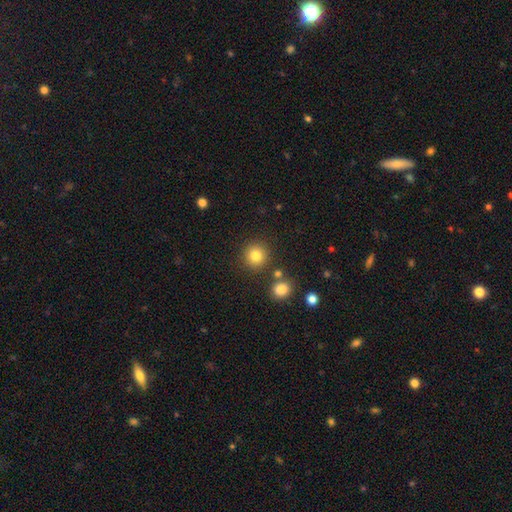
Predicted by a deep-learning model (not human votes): Overall: smooth (83%). How rounded: round (92%). Merging: none (84%).